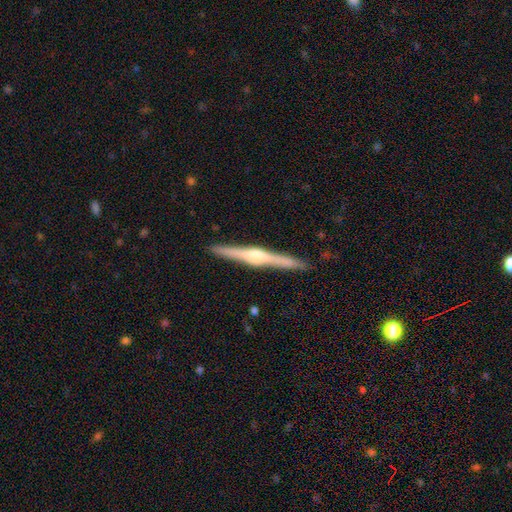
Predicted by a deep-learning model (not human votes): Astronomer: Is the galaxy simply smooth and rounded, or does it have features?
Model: featured or disk — 76%.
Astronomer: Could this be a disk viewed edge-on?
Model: yes — 98%.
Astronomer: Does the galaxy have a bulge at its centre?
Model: rounded — 78%.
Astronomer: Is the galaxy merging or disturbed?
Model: none — 90%.